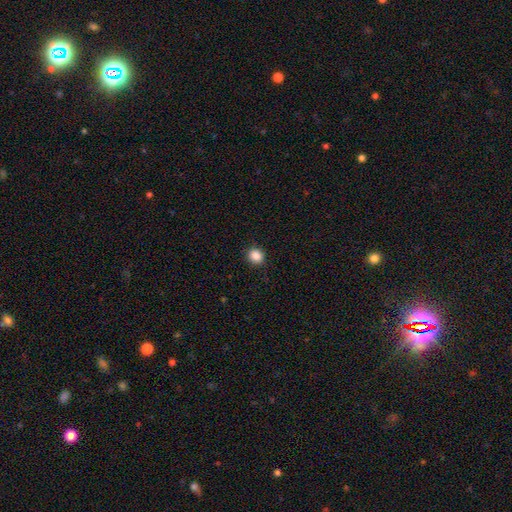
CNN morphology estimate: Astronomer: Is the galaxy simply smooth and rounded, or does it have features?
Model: smooth — 87%.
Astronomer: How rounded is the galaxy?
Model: round — 79%.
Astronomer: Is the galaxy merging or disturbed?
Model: none — 90%.